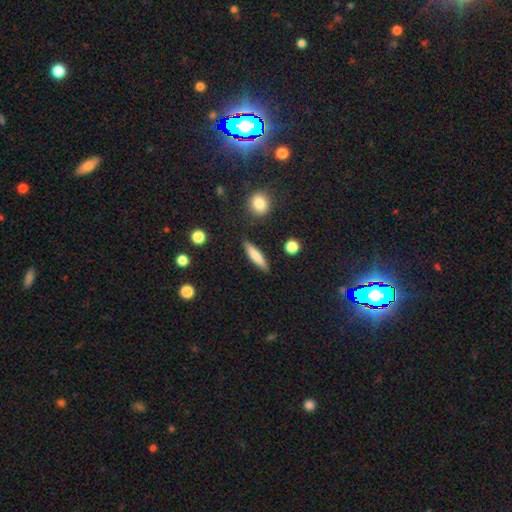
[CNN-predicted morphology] smooth_or_featured: smooth (p=0.74) [alt: featured or disk p=0.19]
how_rounded: cigar-shaped (p=0.82) [alt: in between p=0.16]
merging: none (p=0.86) [alt: minor disturbance p=0.09]